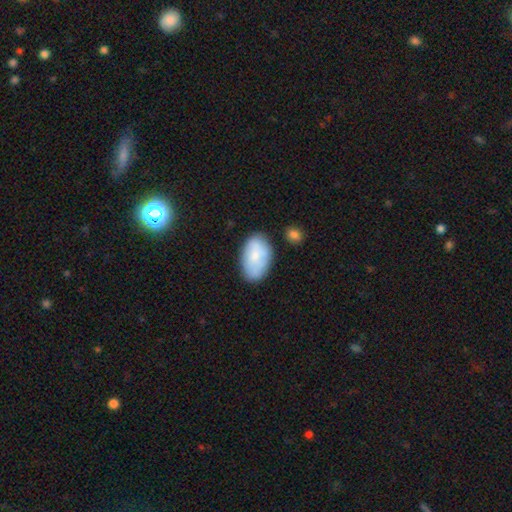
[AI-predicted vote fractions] Morphology: type=smooth (76%); roundness=in between (93%); merging=none (69%).